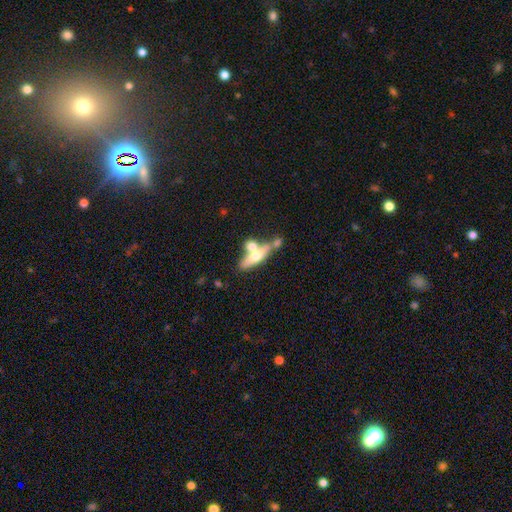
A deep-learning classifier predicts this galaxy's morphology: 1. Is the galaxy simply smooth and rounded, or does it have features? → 50% smooth, 43% featured or disk, 7% star or artifact.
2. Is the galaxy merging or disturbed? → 41% none, 40% merger, 13% minor disturbance, 6% major disturbance.